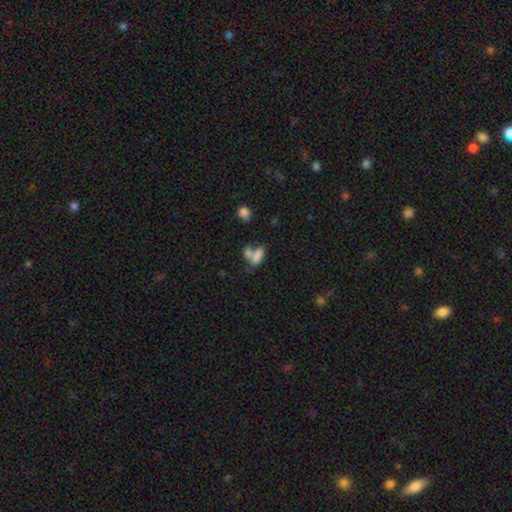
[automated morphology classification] Smooth or featured? Predicted: smooth (p=0.74). How rounded? Predicted: in between (p=0.76). Merging? Predicted: merger (p=0.53).